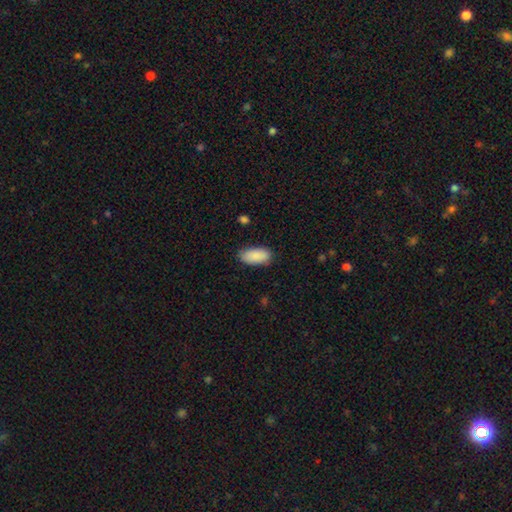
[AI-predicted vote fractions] smooth_or_featured: smooth (p=0.90) [alt: star or artifact p=0.06]
how_rounded: in between (p=0.91) [alt: cigar-shaped p=0.07]
merging: none (p=0.84) [alt: minor disturbance p=0.12]